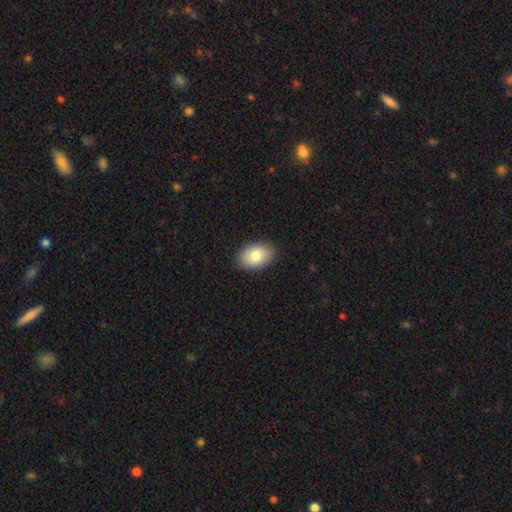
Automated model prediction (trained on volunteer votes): Smooth or featured? smooth (82%)
How rounded? in between (85%)
Merging? none (89%)